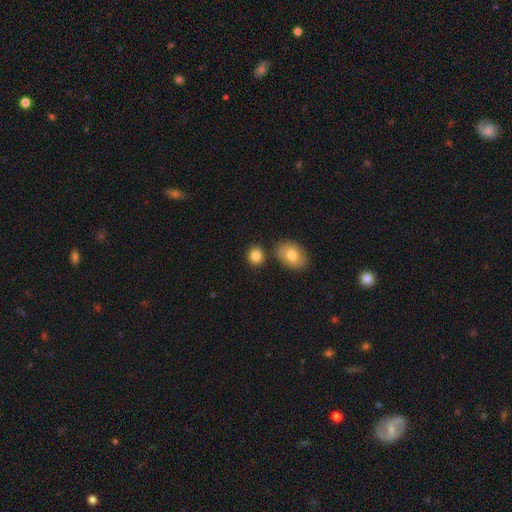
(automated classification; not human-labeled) Smooth or featured?
  - smooth: 85% *
  - star or artifact: 9%
  - featured or disk: 6%
How rounded?
  - round: 68% *
  - in between: 31%
  - cigar-shaped: 1%
Merging?
  - none: 77% *
  - merger: 11%
  - minor disturbance: 10%
  - major disturbance: 3%